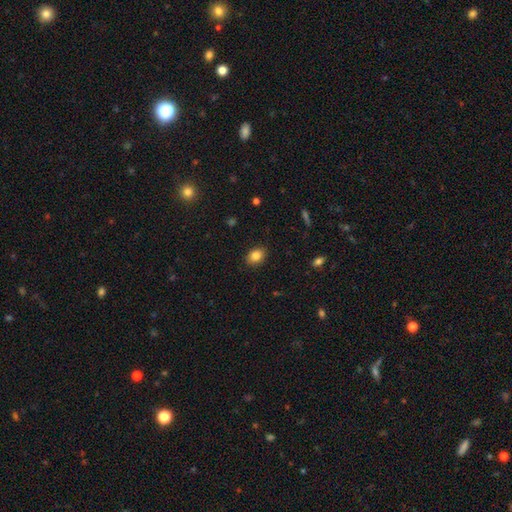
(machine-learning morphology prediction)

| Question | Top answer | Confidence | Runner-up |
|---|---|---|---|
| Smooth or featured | smooth | 85% | star or artifact (9%) |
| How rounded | in between | 74% | round (24%) |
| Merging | none | 88% | minor disturbance (9%) |